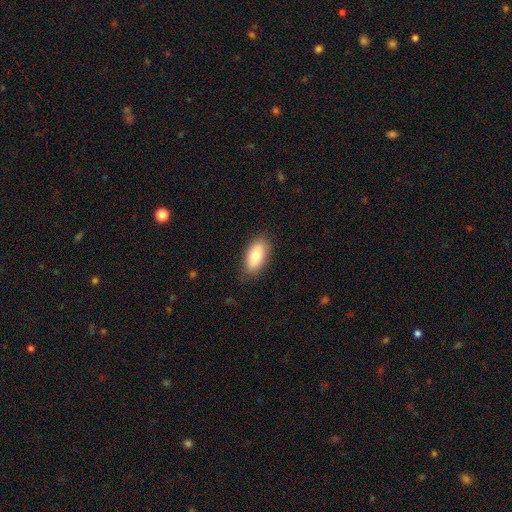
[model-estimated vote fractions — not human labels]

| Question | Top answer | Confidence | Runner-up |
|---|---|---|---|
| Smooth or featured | smooth | 79% | featured or disk (15%) |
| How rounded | in between | 91% | cigar-shaped (5%) |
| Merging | none | 83% | minor disturbance (13%) |